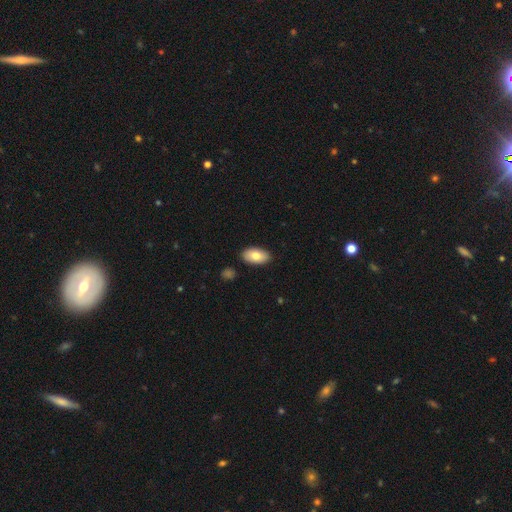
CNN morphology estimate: This is likely a smooth galaxy (79%). How rounded: clearly in between (94%). Merging: clearly none (88%).